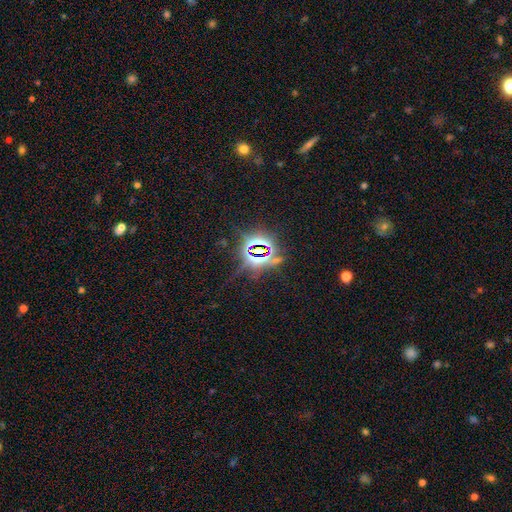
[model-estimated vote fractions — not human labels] A star or artifact, not a galaxy (82%).

Vote fractions:
- Smooth or featured? star or artifact: 82% / smooth: 9% / featured or disk: 9%